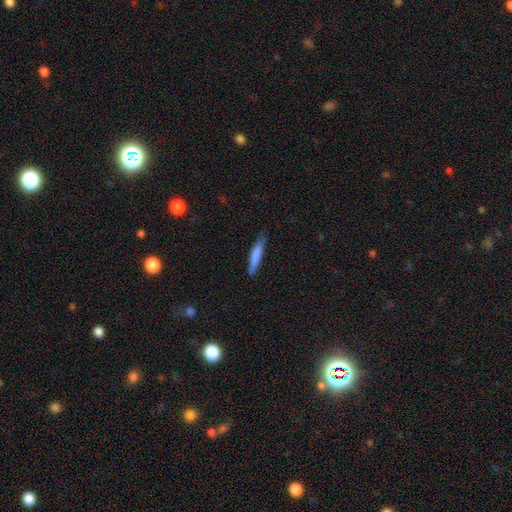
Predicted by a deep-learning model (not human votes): Morphology: type=smooth (76%); roundness=cigar-shaped (90%); merging=none (77%).